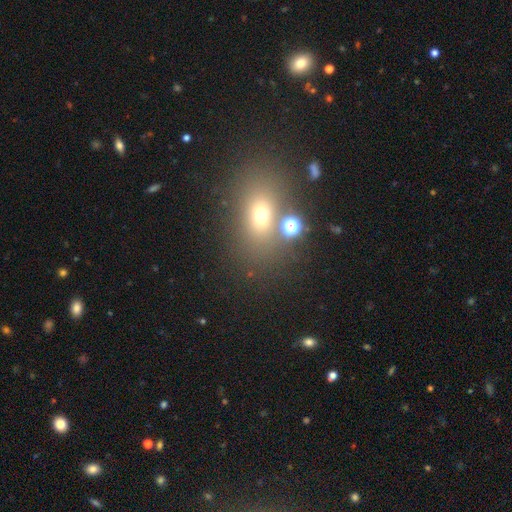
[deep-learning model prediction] Overall: smooth (58%; star or artifact 27%). How rounded: in between (69%). Merging: none (70%).